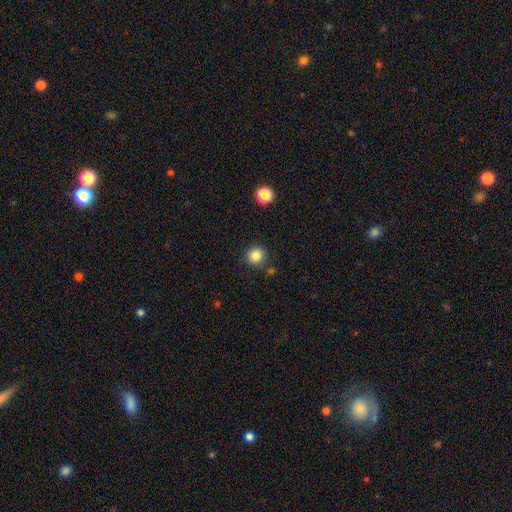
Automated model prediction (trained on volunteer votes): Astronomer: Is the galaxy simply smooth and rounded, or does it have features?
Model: smooth — 85%.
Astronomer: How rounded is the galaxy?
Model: round — 92%.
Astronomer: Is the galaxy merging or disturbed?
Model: none — 88%.